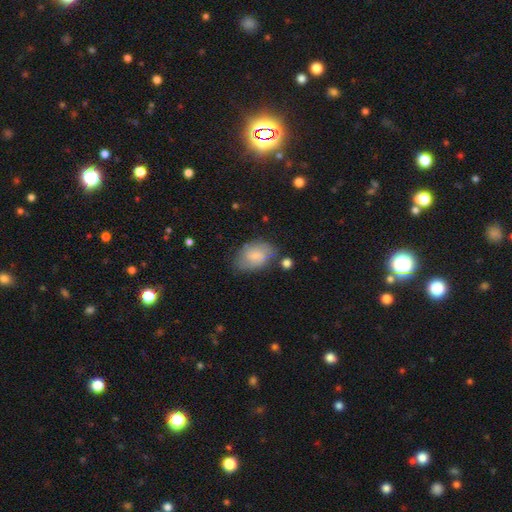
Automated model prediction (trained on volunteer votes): A smooth galaxy with no disk features (68%) that is in between round and cigar-shaped (87%). Merging: none (62%).